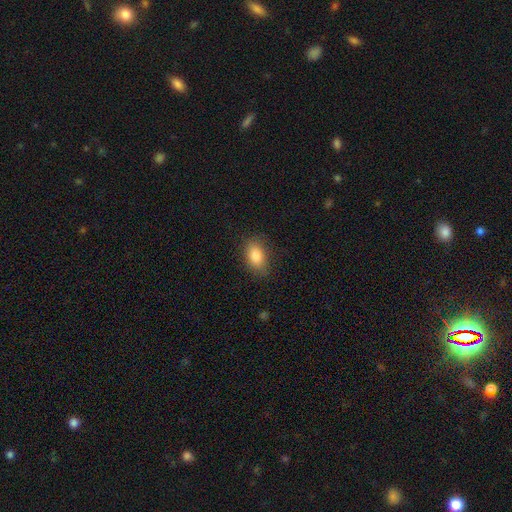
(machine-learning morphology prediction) Smooth or featured? smooth (85%)
How rounded? in between (88%)
Merging? none (82%)